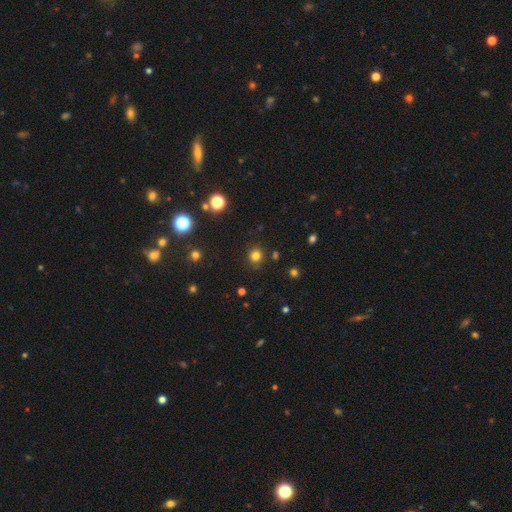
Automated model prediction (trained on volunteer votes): Smooth or featured: smooth — 78% (star or artifact — 17%)
How rounded: round — 89% (in between — 10%)
Merging: none — 86% (minor disturbance — 9%)